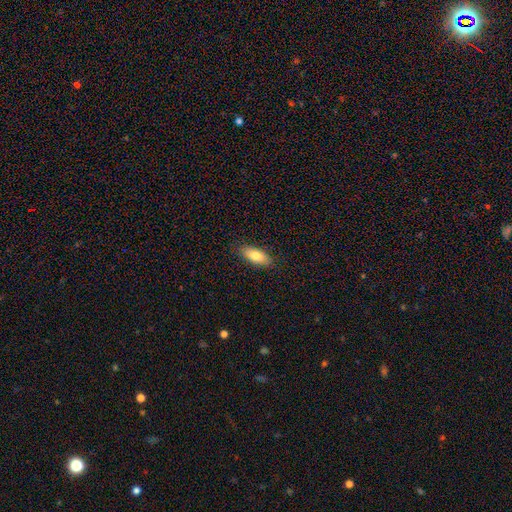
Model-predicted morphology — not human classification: The model was most divided on "how rounded": in between: 81%, cigar-shaped: 17%, round: 2%. More confident: merging — none (86%); smooth or featured — smooth (79%).